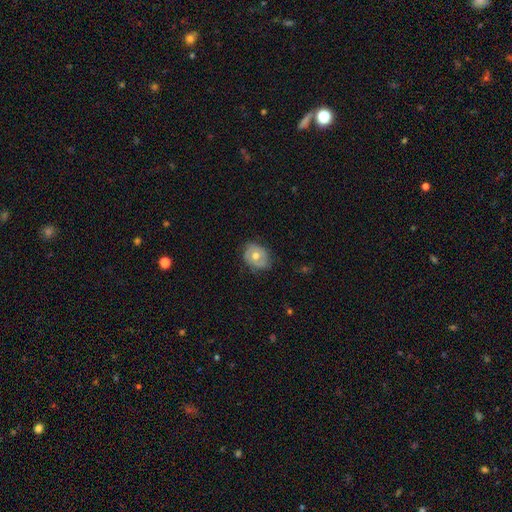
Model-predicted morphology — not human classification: Smooth or featured?
  - smooth: 47% *
  - featured or disk: 44%
  - star or artifact: 8%
Merging?
  - none: 71% *
  - minor disturbance: 23%
  - major disturbance: 5%
  - merger: 1%